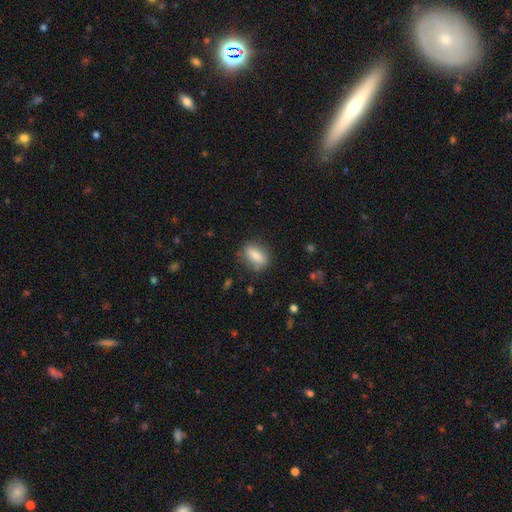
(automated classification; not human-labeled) Smooth or featured? smooth (83%)
How rounded? in between (78%)
Merging? none (80%)